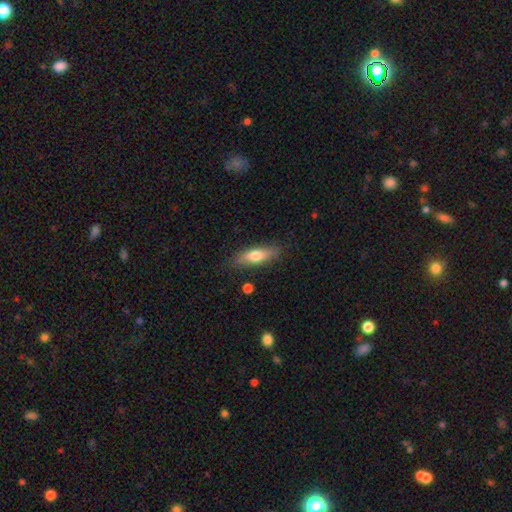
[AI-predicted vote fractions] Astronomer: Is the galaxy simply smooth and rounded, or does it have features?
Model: smooth — 68%.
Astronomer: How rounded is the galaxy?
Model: cigar-shaped — 52% (runner-up: in between, 46%).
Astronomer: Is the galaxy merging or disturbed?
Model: none — 83%.